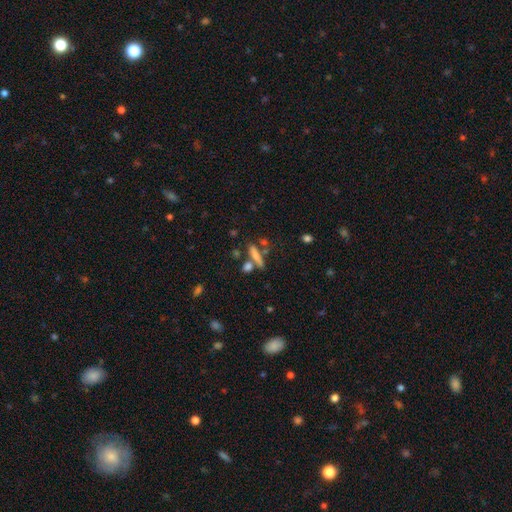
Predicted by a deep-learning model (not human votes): Smooth or featured? smooth (66%)
How rounded? cigar-shaped (77%)
Merging? none (59%)